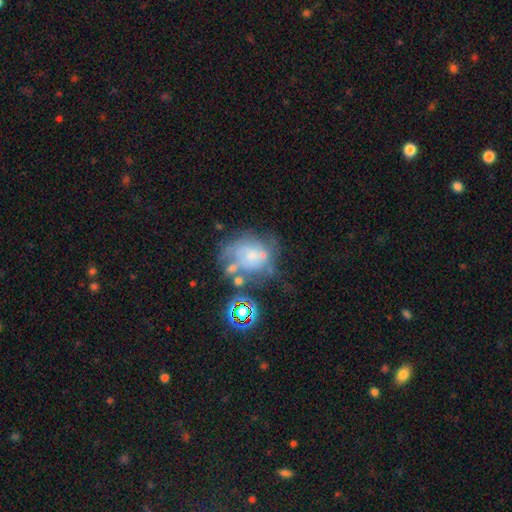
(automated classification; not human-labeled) smooth-or-featured: featured or disk: 49% | smooth: 35% | star or artifact: 16%
  merging: none: 35% | major disturbance: 25% | minor disturbance: 21% | merger: 19%